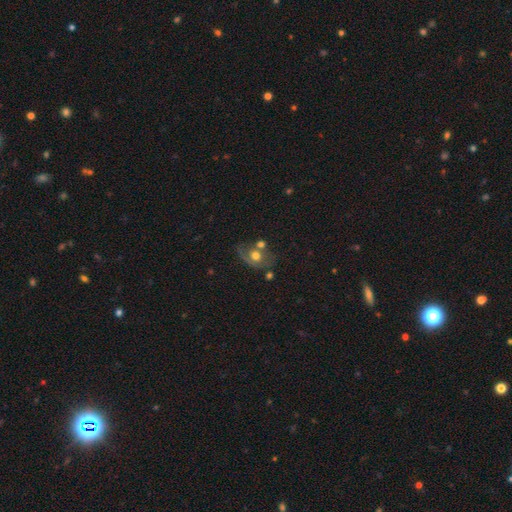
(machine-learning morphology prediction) Smooth or featured?
  - smooth: 48% *
  - featured or disk: 41%
  - star or artifact: 11%
Merging?
  - none: 38% *
  - merger: 26%
  - minor disturbance: 20%
  - major disturbance: 16%